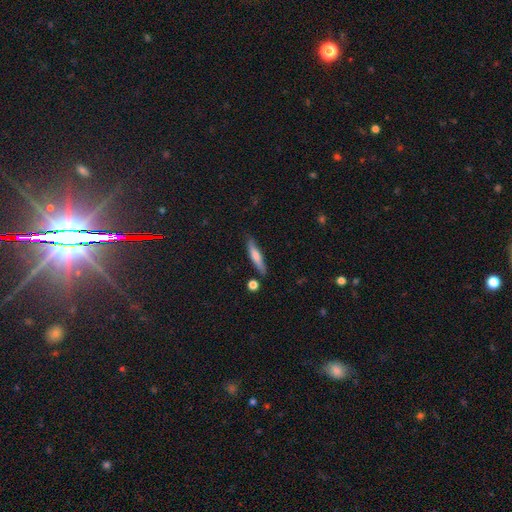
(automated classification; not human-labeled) A smooth galaxy with no disk features (63%) that is cigar-shaped (86%).

Vote fractions:
- Smooth or featured? smooth: 63% / featured or disk: 31% / star or artifact: 6%
- How rounded? cigar-shaped: 86% / in between: 12% / round: 2%
- Merging? none: 81% / minor disturbance: 13% / merger: 4% / major disturbance: 3%